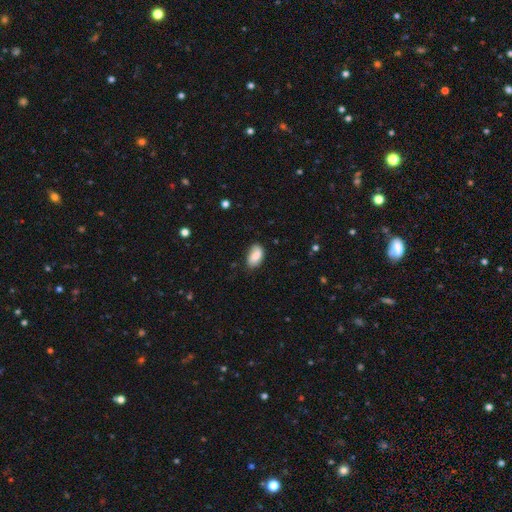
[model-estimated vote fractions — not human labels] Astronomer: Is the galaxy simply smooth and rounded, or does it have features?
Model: smooth — 80%.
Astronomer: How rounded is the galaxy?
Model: in between — 93%.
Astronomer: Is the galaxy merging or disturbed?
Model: none — 68%.